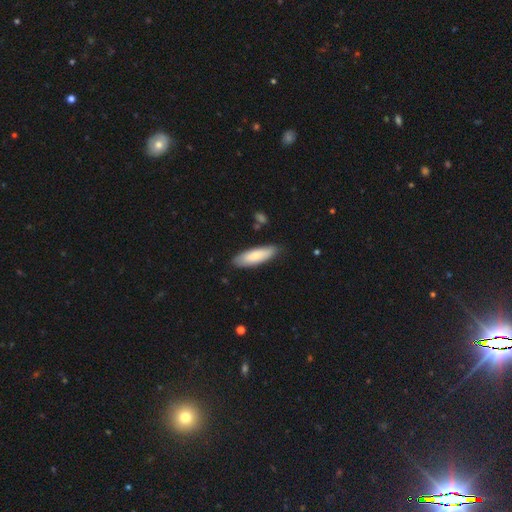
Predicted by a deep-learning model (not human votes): This is likely a smooth galaxy (79%). How rounded: possibly in between (51%). Merging: clearly none (84%).